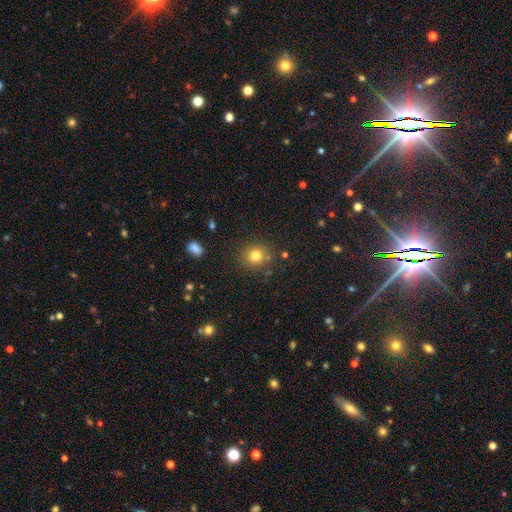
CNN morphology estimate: A smooth galaxy with no disk features (79%) that is round (86%).

Vote fractions:
- Smooth or featured? smooth: 79% / star or artifact: 14% / featured or disk: 7%
- How rounded? round: 86% / in between: 13% / cigar-shaped: 1%
- Merging? none: 84% / minor disturbance: 9% / merger: 4% / major disturbance: 3%